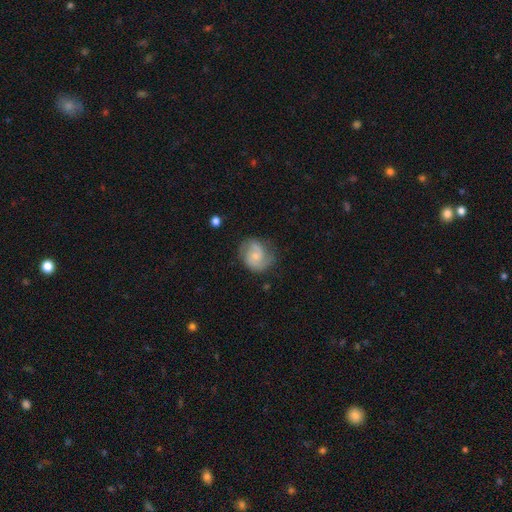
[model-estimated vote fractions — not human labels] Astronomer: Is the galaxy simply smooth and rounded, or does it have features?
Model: featured or disk — 69%.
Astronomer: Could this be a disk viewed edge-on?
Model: no — 98%.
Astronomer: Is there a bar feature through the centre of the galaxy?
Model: no — 62%.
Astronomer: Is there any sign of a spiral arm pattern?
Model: yes — 93%.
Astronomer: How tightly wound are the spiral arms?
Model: medium — 49% (runner-up: tight, 29%).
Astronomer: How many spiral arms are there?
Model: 2 — 83%.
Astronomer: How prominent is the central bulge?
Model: small — 58%.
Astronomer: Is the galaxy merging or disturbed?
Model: none — 69%.